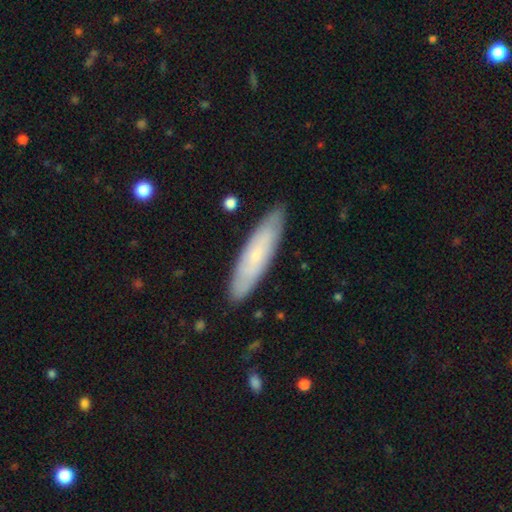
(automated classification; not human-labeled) Smooth or featured: smooth — 59% (featured or disk — 35%)
How rounded: cigar-shaped — 73% (in between — 25%)
Merging: none — 87% (minor disturbance — 10%)